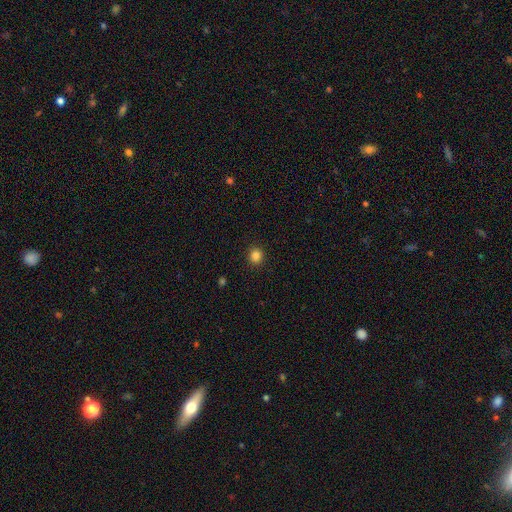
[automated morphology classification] Smooth or featured?
  - smooth: 85% *
  - star or artifact: 12%
  - featured or disk: 3%
How rounded?
  - round: 87% *
  - in between: 12%
  - cigar-shaped: 1%
Merging?
  - none: 92% *
  - minor disturbance: 5%
  - major disturbance: 2%
  - merger: 1%